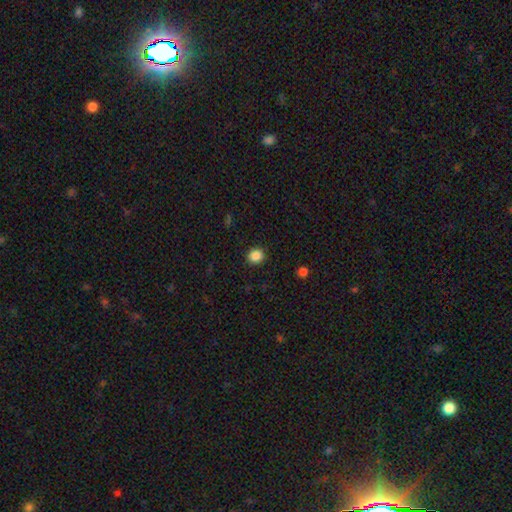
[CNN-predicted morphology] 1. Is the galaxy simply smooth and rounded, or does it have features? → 86% smooth, 11% star or artifact, 3% featured or disk.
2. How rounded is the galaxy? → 83% round, 16% in between, 1% cigar-shaped.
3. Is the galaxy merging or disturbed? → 91% none, 6% minor disturbance, 2% major disturbance, 1% merger.